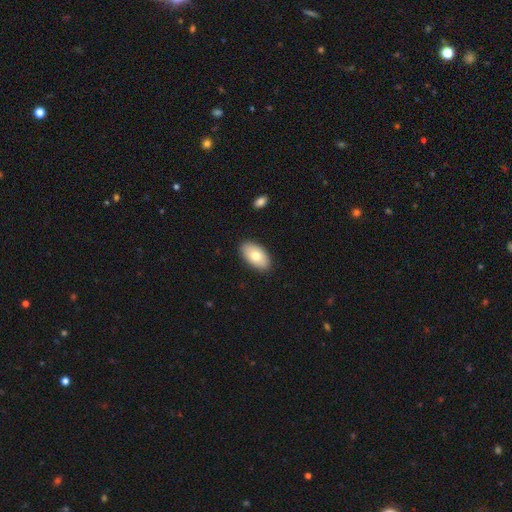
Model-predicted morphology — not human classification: A smooth galaxy with no disk features (76%) that is in between round and cigar-shaped (95%).

Vote fractions:
- Smooth or featured? smooth: 76% / featured or disk: 18% / star or artifact: 6%
- How rounded? in between: 95% / round: 3% / cigar-shaped: 2%
- Merging? none: 88% / minor disturbance: 9% / major disturbance: 2% / merger: 1%